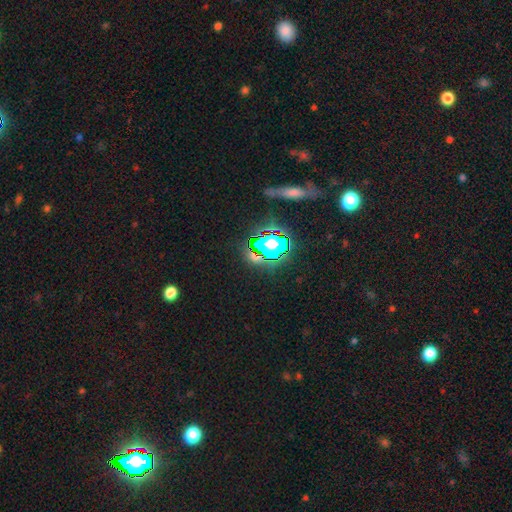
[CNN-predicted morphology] smooth_or_featured: star or artifact (p=0.67) [alt: smooth p=0.21]